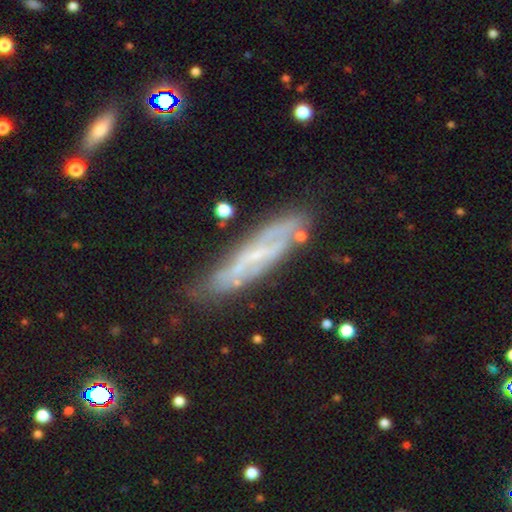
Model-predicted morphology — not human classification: Smooth or featured? featured or disk (65%)
Edge-on disk? yes (51%)
Merging? none (75%)